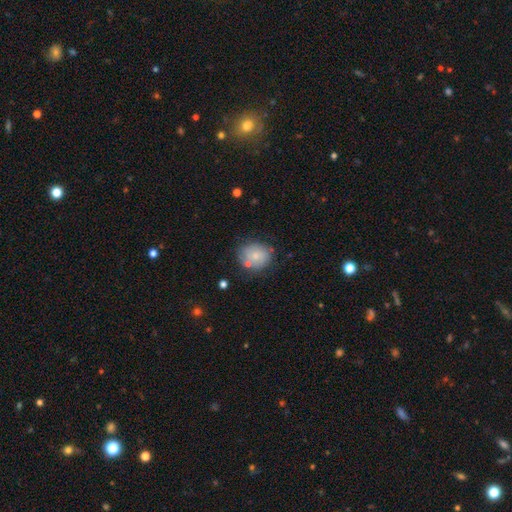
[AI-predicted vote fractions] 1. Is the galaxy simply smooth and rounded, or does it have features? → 73% smooth, 19% featured or disk, 8% star or artifact.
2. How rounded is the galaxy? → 69% round, 30% in between, 1% cigar-shaped.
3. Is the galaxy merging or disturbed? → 67% none, 19% minor disturbance, 9% merger, 5% major disturbance.